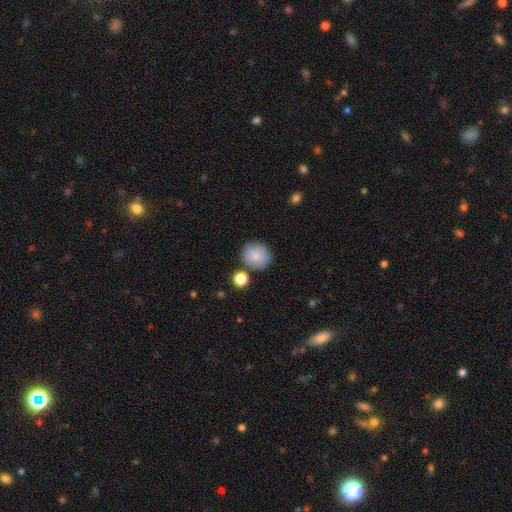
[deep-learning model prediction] Smooth or featured?
  - smooth: 87% *
  - star or artifact: 8%
  - featured or disk: 6%
How rounded?
  - round: 87% *
  - in between: 12%
  - cigar-shaped: 1%
Merging?
  - none: 81% *
  - minor disturbance: 10%
  - merger: 6%
  - major disturbance: 3%